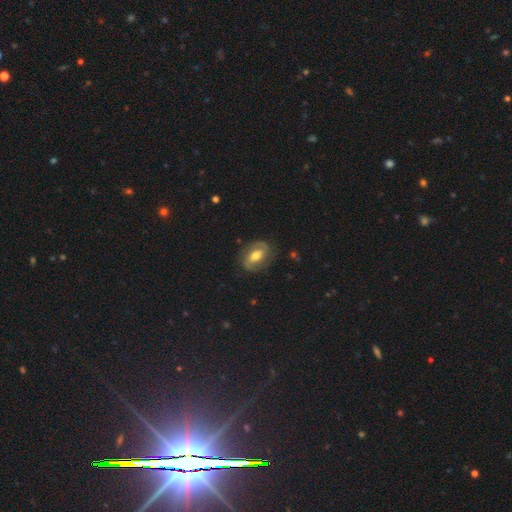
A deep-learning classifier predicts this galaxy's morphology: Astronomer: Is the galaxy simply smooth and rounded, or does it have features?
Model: featured or disk — 72%.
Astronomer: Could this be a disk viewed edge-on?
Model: no — 96%.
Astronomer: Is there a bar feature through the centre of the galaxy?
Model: weak — 41% (runner-up: strong, 33%).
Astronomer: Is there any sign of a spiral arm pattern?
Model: yes — 84%.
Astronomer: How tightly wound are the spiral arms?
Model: medium — 45% (runner-up: tight, 36%).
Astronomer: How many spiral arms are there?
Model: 2 — 86%.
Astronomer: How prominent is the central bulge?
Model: moderate — 70%.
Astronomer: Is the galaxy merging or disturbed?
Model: none — 79%.